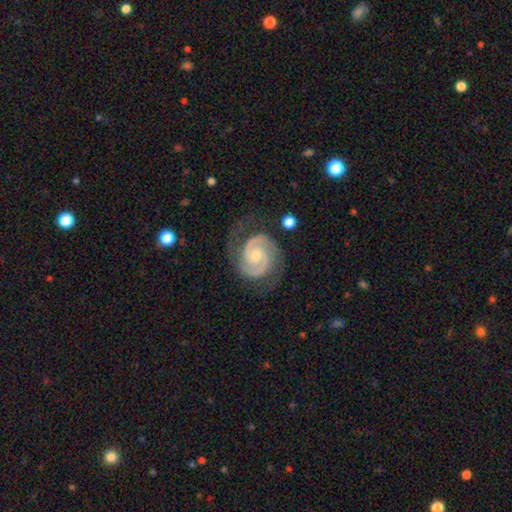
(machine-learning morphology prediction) This appears to be a featured or disk galaxy (92%) with no bar (61%), 2 (92%) tight (59%) spiral arms (99%) and a small central bulge (54%). Merging: none (73%).